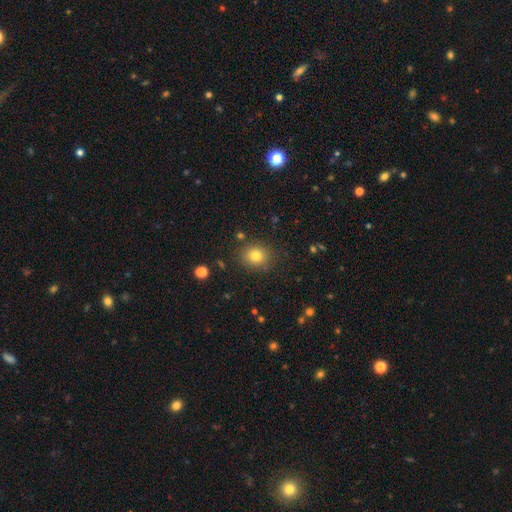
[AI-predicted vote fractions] A smooth galaxy with no disk features (80%) that is round (80%). Merging: none (86%).